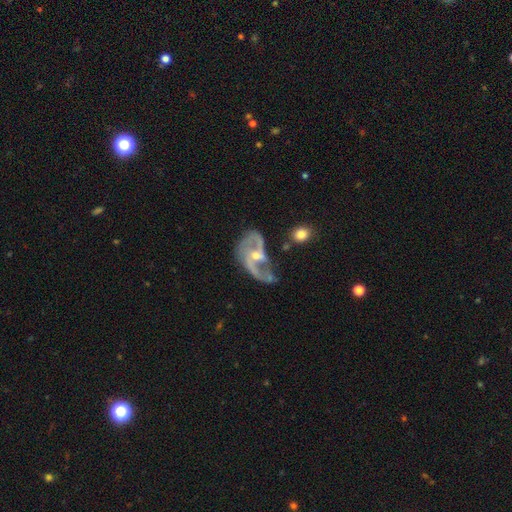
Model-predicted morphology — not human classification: featured or disk 87%, smooth 7%, star or artifact 6%. Down the decision tree: edge-on disk — no (97%); bar — weak (44%); spiral arms — yes (91%); spiral arm count — 2 (80%); spiral winding — loose (57%); bulge size — small (50%); merging — none (40%).